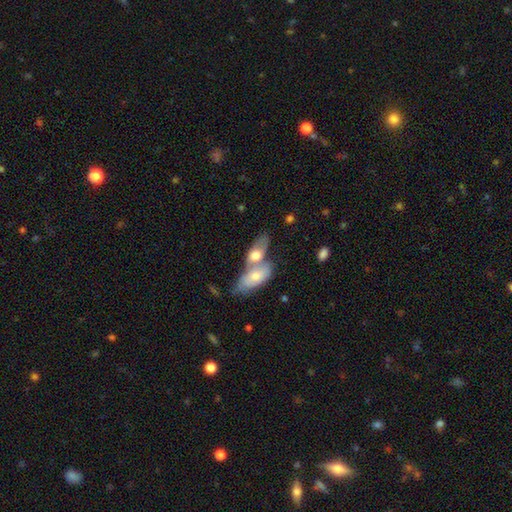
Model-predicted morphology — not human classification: Smooth or featured? Predicted: smooth (p=0.64). How rounded? Predicted: in between (p=0.81). Merging? Predicted: merger (p=0.69).